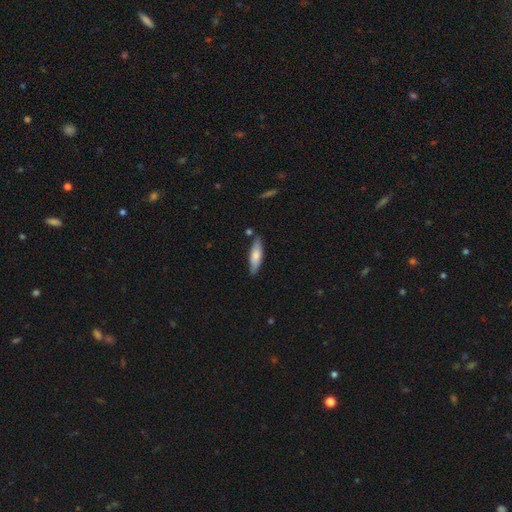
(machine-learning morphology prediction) This is likely a smooth galaxy (69%). How rounded: possibly cigar-shaped (59%). Merging: clearly none (80%).